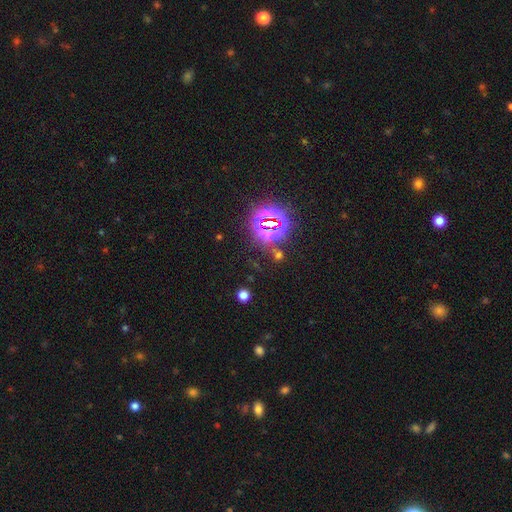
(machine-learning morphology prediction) A star or artifact, not a galaxy (81%).

Vote fractions:
- Smooth or featured? star or artifact: 81% / smooth: 12% / featured or disk: 7%